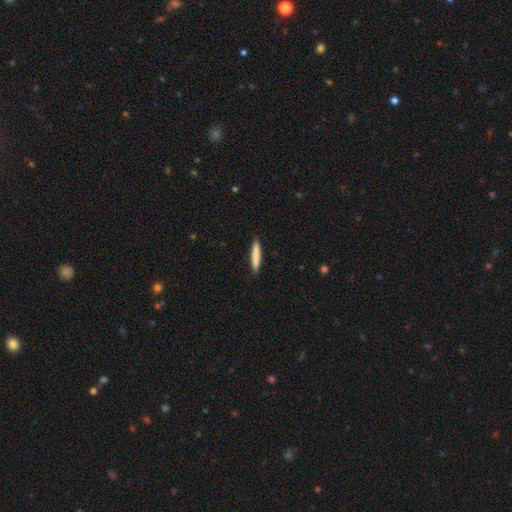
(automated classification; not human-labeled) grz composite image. It shows a smooth galaxy with no disk features (80%) that is cigar-shaped (93%). Merging: none (90%).